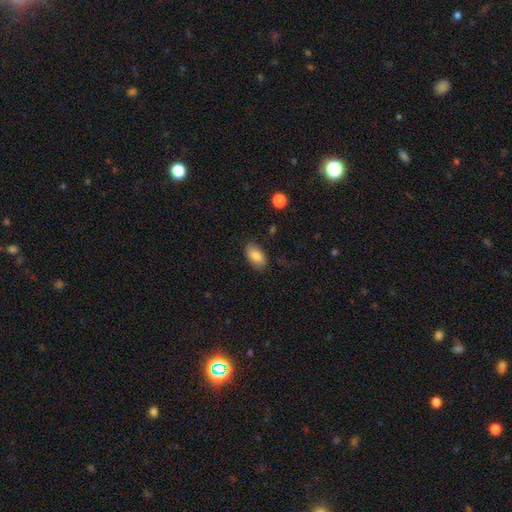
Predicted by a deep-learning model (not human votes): Overall: smooth (83%). How rounded: in between (93%). Merging: none (82%).